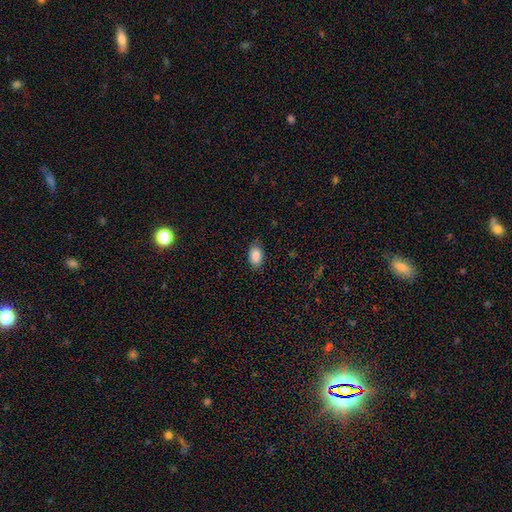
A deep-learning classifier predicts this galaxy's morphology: Smooth or featured: smooth — 89% (star or artifact — 7%)
How rounded: in between — 90% (round — 9%)
Merging: none — 83% (minor disturbance — 13%)